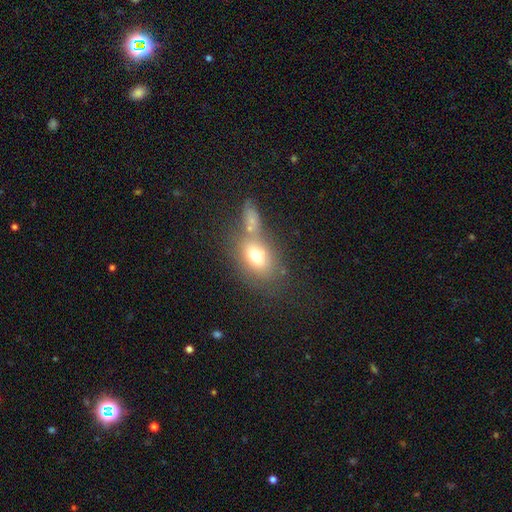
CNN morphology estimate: Q: Smooth or featured?
A: smooth (70%); runner-up: featured or disk (19%)
Q: How rounded?
A: in between (74%); runner-up: round (23%)
Q: Merging?
A: none (48%); runner-up: merger (30%)